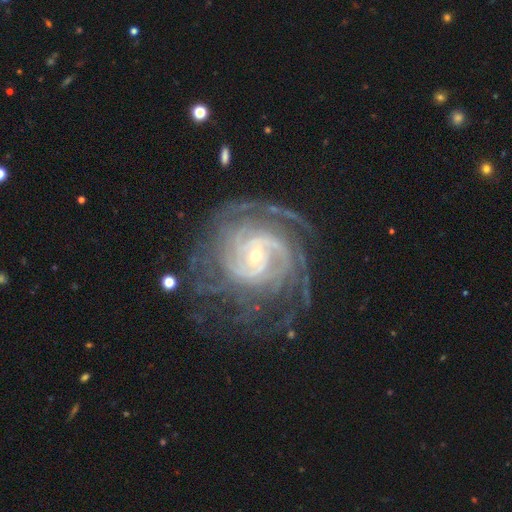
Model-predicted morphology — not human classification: This is clearly a featured or disk galaxy (91%). It is clearly not viewed edge-on (97%). Bar: possibly no (55%). Spiral arm pattern: clearly yes (98%). Spiral arm count: marginally can't tell (22%). Spiral winding: likely tight (75%). Central bulge: likely small (69%). Merging: likely none (71%).